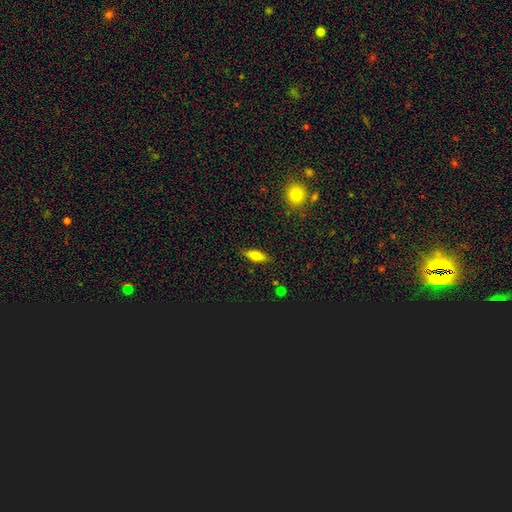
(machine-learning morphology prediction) Smooth or featured? smooth (69%)
How rounded? in between (66%)
Merging? none (85%)